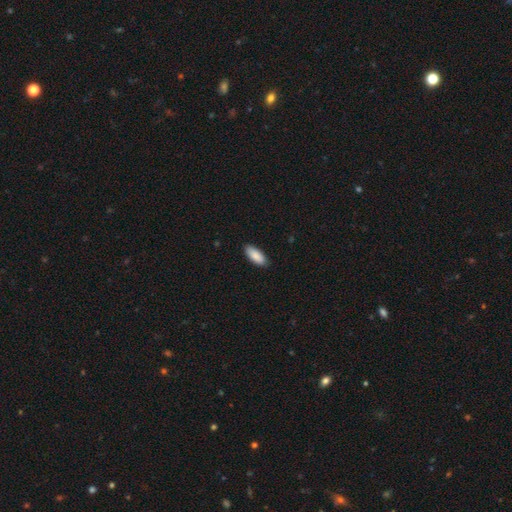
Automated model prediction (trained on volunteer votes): A smooth galaxy with no disk features (89%) that is in between round and cigar-shaped (84%). Merging: none (87%).